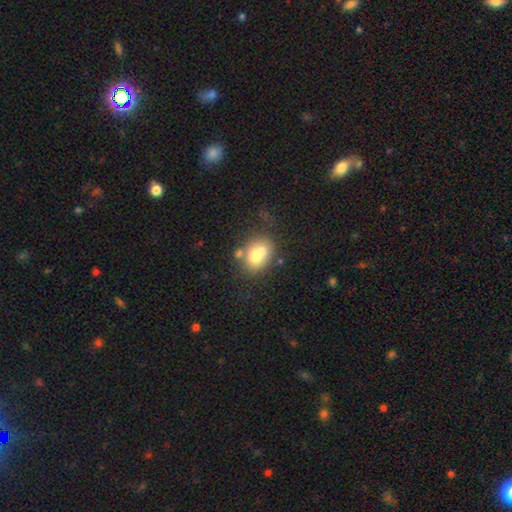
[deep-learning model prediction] The model was most divided on "how rounded": round: 52%, in between: 47%, cigar-shaped: 1%. Remaining: smooth or featured — smooth (64%); merging — merger (45%).